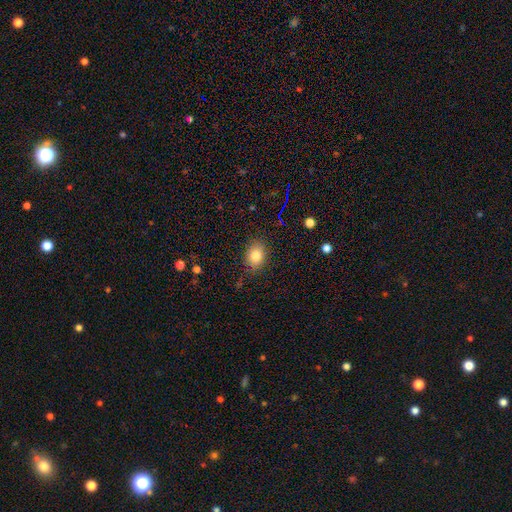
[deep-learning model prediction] Morphology: type=smooth (81%); roundness=in between (62%); merging=none (83%).